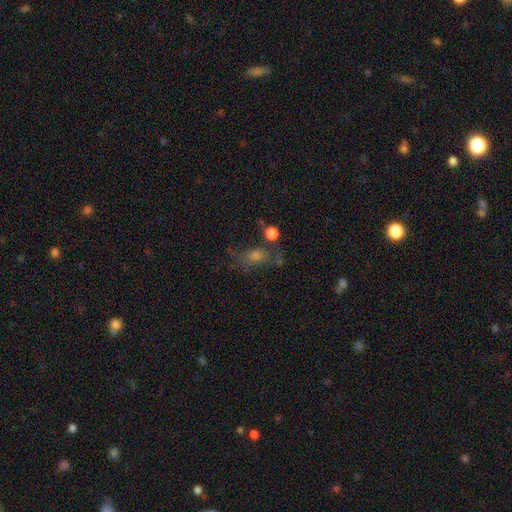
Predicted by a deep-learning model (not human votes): Morphology: type=smooth (48%); merging=none (48%).